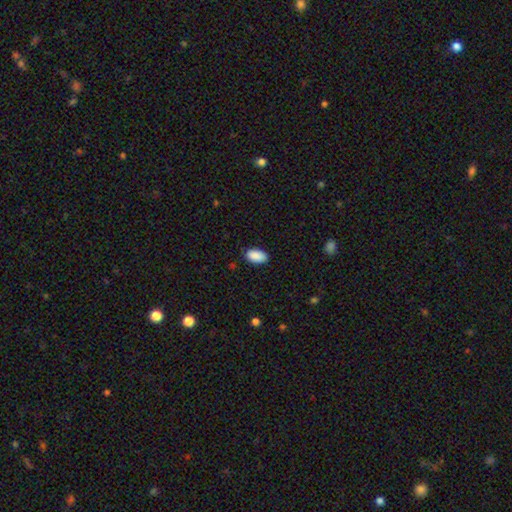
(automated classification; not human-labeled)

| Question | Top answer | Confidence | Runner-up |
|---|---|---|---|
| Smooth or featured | smooth | 90% | star or artifact (7%) |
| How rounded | in between | 95% | round (3%) |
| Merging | none | 85% | minor disturbance (12%) |